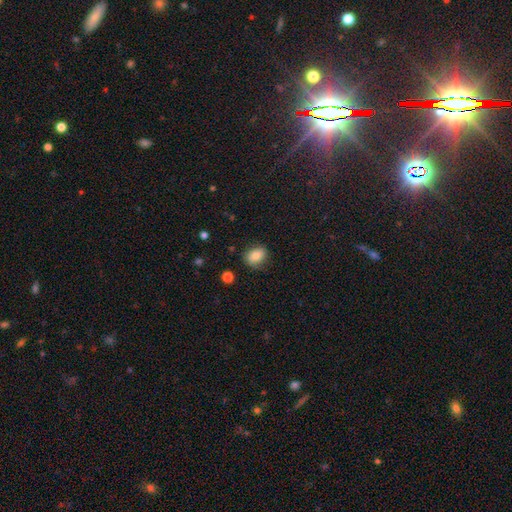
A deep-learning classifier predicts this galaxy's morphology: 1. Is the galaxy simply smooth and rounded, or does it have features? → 83% smooth, 9% star or artifact, 8% featured or disk.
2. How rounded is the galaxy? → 64% in between, 35% round, 1% cigar-shaped.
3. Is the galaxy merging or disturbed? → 81% none, 14% minor disturbance, 3% major disturbance, 2% merger.